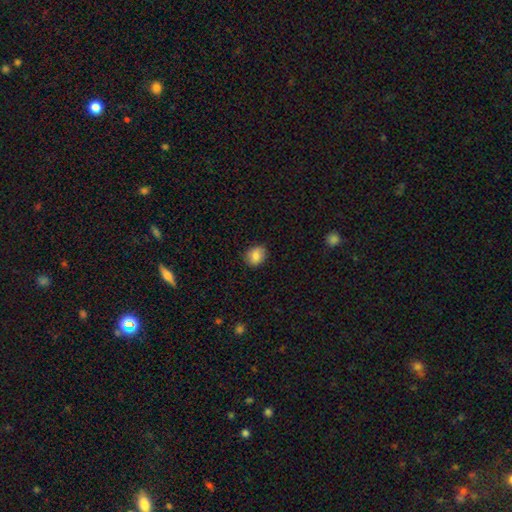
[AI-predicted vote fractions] This is clearly a smooth galaxy (86%). How rounded: possibly round (59%). Merging: clearly none (84%).